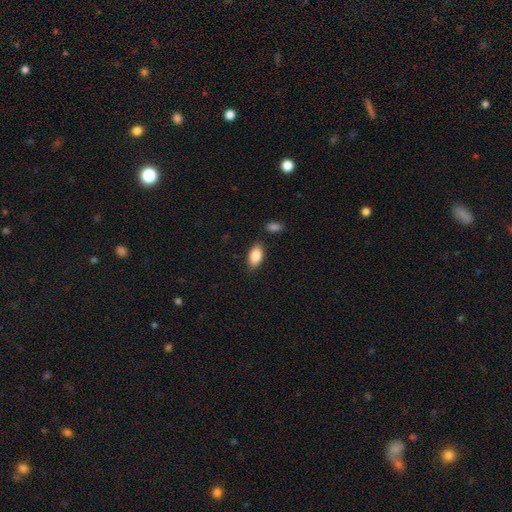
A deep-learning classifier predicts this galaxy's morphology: A smooth galaxy with no disk features (86%) that is in between round and cigar-shaped (92%). Merging: none (82%).